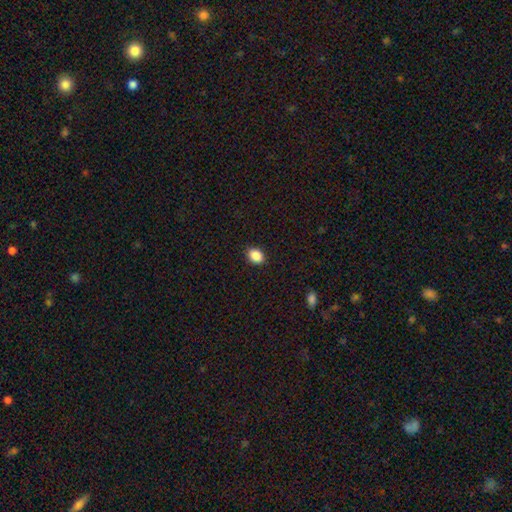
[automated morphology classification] Overall: smooth (88%). How rounded: in between (64%; round 35%). Merging: none (89%).